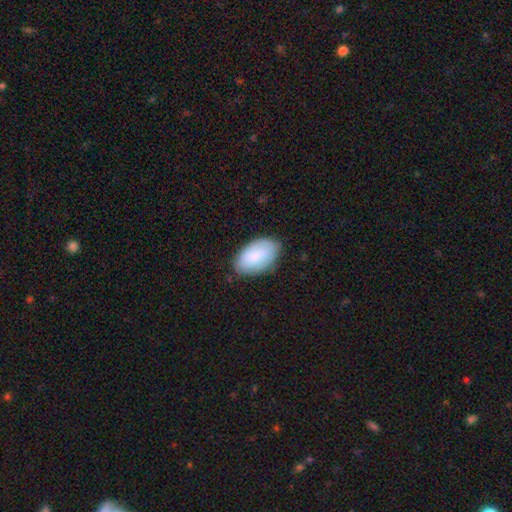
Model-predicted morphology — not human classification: The model was most divided on "merging": none: 78%, minor disturbance: 17%, major disturbance: 3%, merger: 1%. More confident: how rounded — in between (95%); smooth or featured — smooth (82%).